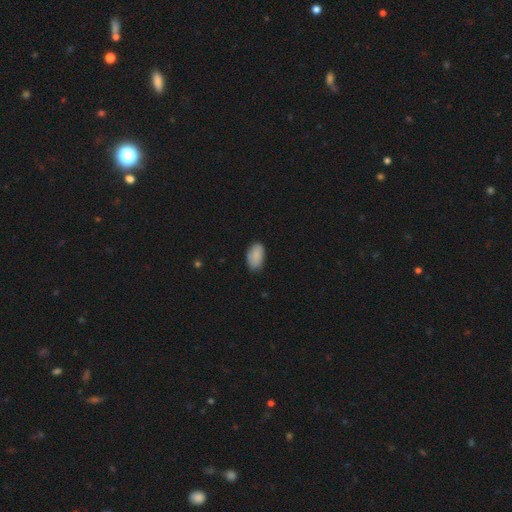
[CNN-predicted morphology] Overall: smooth (87%). How rounded: in between (93%). Merging: none (77%).